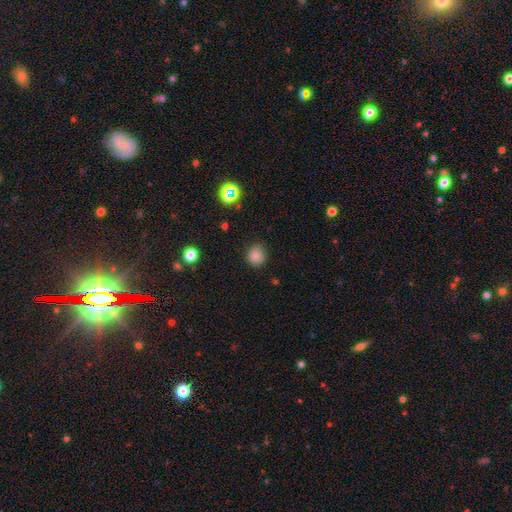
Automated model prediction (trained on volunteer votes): Smooth or featured: smooth — 82% (star or artifact — 13%)
How rounded: round — 83% (in between — 16%)
Merging: none — 83% (minor disturbance — 13%)